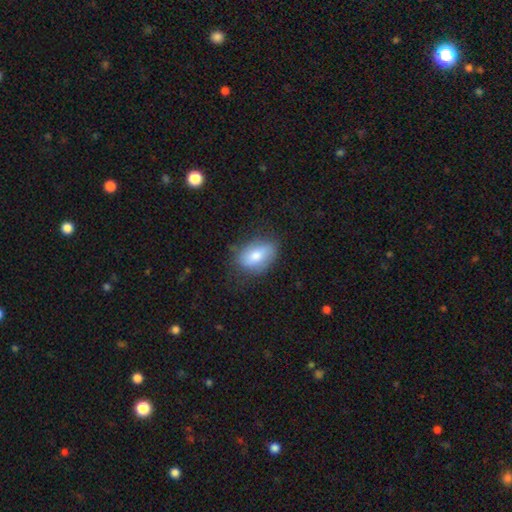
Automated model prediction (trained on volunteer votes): Smooth or featured?
  - smooth: 73% *
  - featured or disk: 20%
  - star or artifact: 7%
How rounded?
  - in between: 88% *
  - round: 9%
  - cigar-shaped: 3%
Merging?
  - none: 71% *
  - minor disturbance: 22%
  - major disturbance: 6%
  - merger: 2%